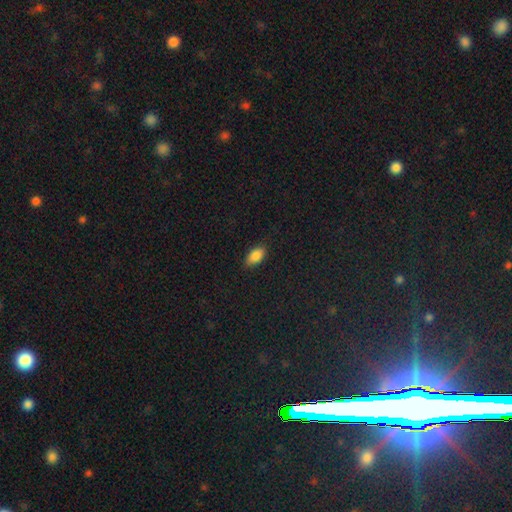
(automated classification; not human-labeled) smooth 86%, star or artifact 8%, featured or disk 6%. Down the decision tree: how rounded — in between (92%); merging — none (83%).